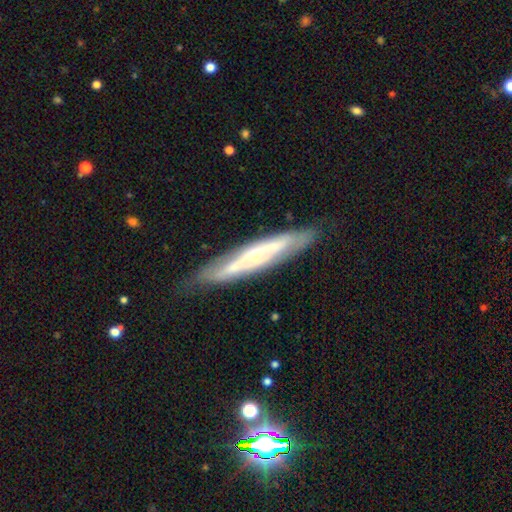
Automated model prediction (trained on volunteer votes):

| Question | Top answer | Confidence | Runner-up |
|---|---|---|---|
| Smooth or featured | featured or disk | 71% | smooth (23%) |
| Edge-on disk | yes | 58% | no (42%) |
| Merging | none | 79% | minor disturbance (15%) |